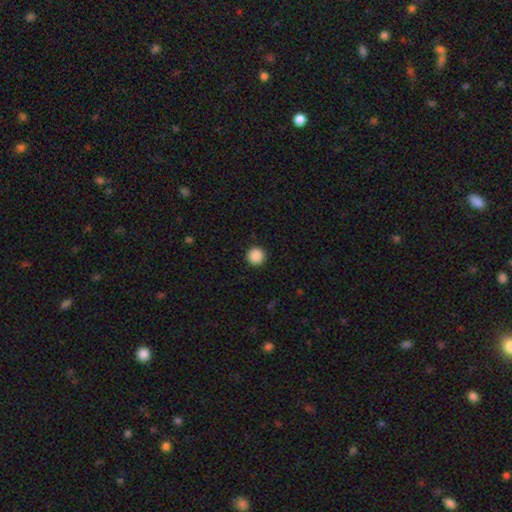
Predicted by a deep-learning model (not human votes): The model was most divided on "smooth or featured": smooth: 89%, star or artifact: 9%, featured or disk: 2%. More confident: how rounded — round (96%); merging — none (93%).